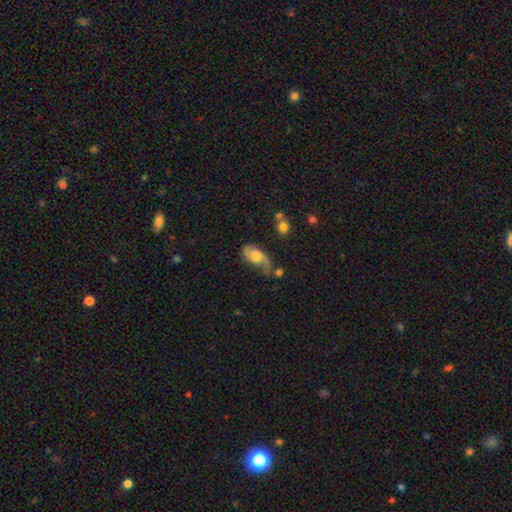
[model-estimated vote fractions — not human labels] Morphology: type=featured or disk (73%); edge-on=no (96%); bar=no (59%); spiral arms=yes (93%); winding=loose (49%); arm count=2 (82%); bulge=moderate (43%); merging=none (48%).